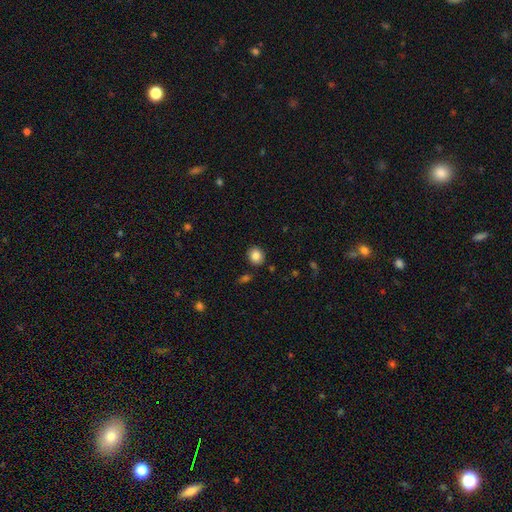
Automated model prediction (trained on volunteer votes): Smooth or featured?
  - smooth: 85% *
  - star or artifact: 9%
  - featured or disk: 6%
How rounded?
  - round: 76% *
  - in between: 23%
  - cigar-shaped: 1%
Merging?
  - none: 87% *
  - minor disturbance: 8%
  - merger: 3%
  - major disturbance: 2%